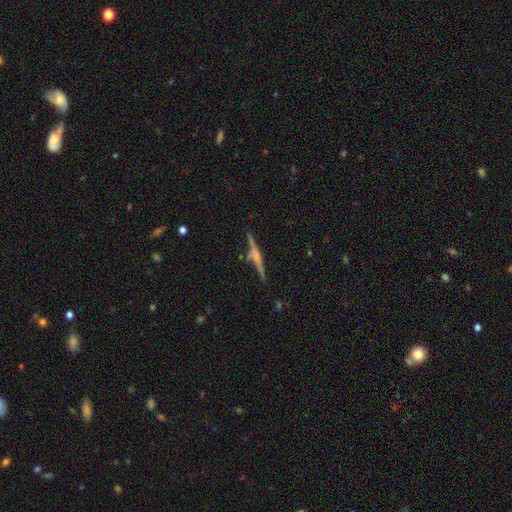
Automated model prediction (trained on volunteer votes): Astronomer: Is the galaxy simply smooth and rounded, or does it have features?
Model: featured or disk — 70%.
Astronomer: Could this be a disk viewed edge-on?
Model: yes — 97%.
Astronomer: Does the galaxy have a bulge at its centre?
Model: rounded — 53%.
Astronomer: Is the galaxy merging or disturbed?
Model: none — 81%.